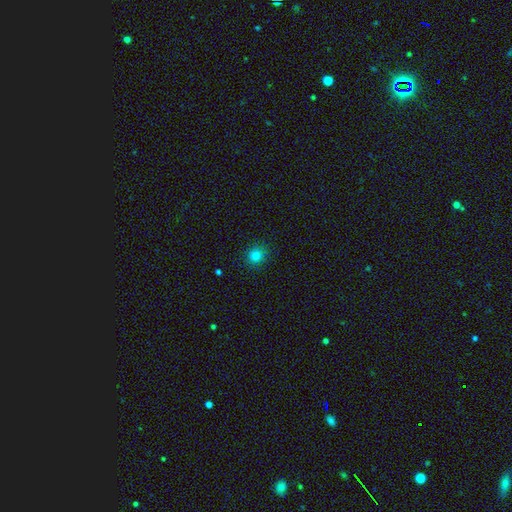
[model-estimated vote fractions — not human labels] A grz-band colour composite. It shows a smooth galaxy with no disk features (83%) that is round (87%). Merging: none (90%).